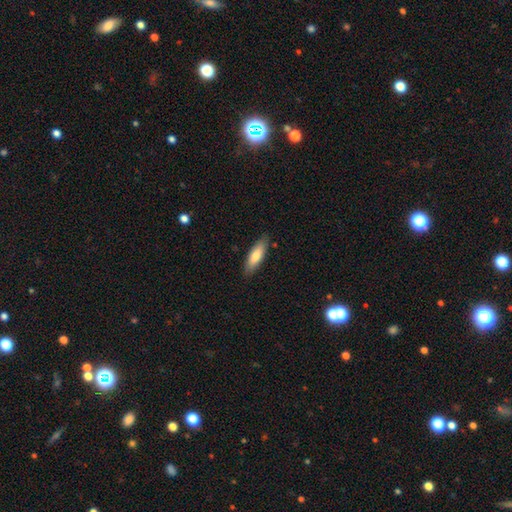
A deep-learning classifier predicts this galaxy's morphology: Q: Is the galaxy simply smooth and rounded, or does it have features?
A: smooth — 77%.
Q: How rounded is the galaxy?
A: cigar-shaped — 49%, tied with in between.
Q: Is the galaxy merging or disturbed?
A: none — 87%.